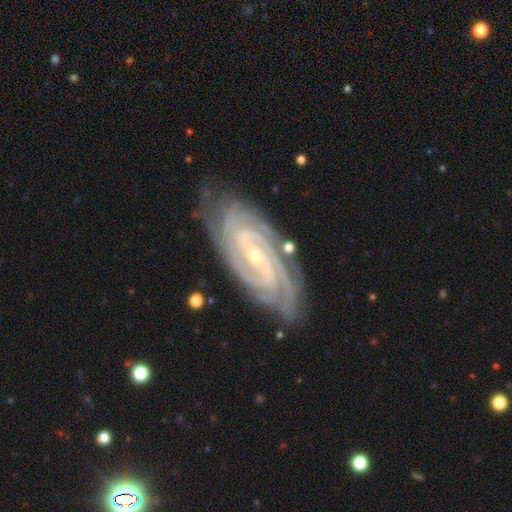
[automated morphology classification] A featured or disk galaxy (91%) with no bar (43%), 2 (23%, tied with 4) tight (77%) spiral arms (98%) and a small central bulge (77%).

Vote fractions:
- Smooth or featured? featured or disk: 91% / star or artifact: 5% / smooth: 4%
- Edge-on disk? no: 95% / yes: 5%
- Bar? no: 43% / weak: 36% / strong: 22%
- Spiral arms? yes: 98% / no: 2%
- Spiral winding? tight: 77% / medium: 20% / loose: 3%
- Spiral arm count? 2: 23% (tied) / 4: 23% (tied) / 3: 22% / can't tell: 16% / more than 4: 9% / 1: 6%
- Bulge size? small: 77% / moderate: 20% / none: 1% / large: 1% / dominant: 1%
- Merging? none: 80% / minor disturbance: 15% / major disturbance: 4% / merger: 2%